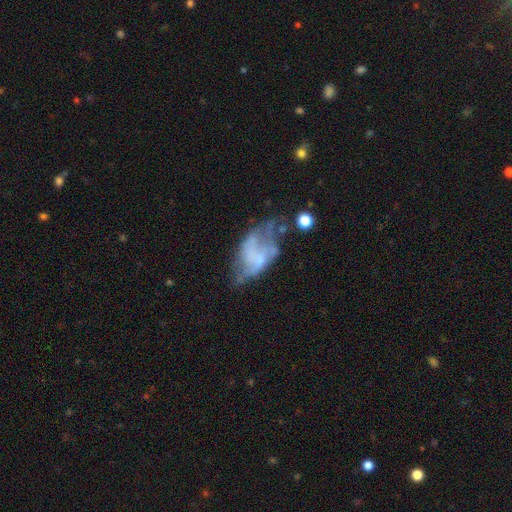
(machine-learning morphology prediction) smooth-or-featured: featured or disk: 62% | smooth: 27% | star or artifact: 11%
  disk-edge-on: no: 96% | yes: 4%
    bar: no: 77% | weak: 18% | strong: 5%
    has-spiral-arms: no: 62% | yes: 38%
    bulge-size: none: 61% | small: 25% | moderate: 10% | large: 3% | dominant: 1%
  merging: major disturbance: 40% | none: 25% | minor disturbance: 22% | merger: 13%